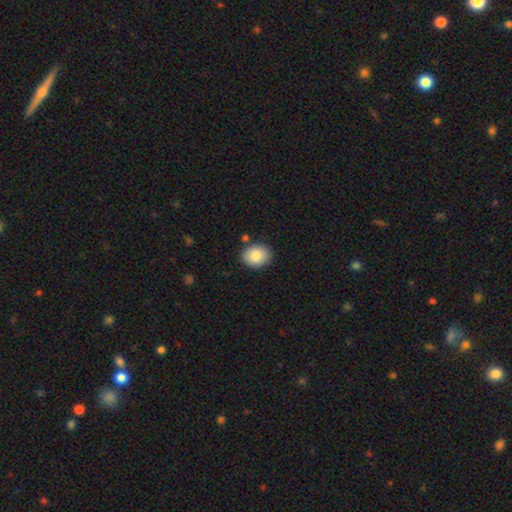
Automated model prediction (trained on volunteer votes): A smooth galaxy with no disk features (86%) that is in between round and cigar-shaped (57%).

Vote fractions:
- Smooth or featured? smooth: 86% / star or artifact: 7% / featured or disk: 7%
- How rounded? in between: 57% / round: 42% / cigar-shaped: 1%
- Merging? none: 84% / minor disturbance: 10% / merger: 3% / major disturbance: 2%